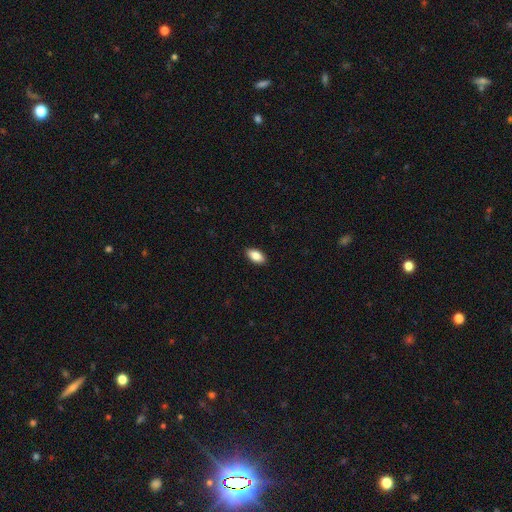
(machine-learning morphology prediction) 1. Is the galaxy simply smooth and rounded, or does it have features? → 86% smooth, 7% star or artifact, 7% featured or disk.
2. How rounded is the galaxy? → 92% in between, 4% cigar-shaped, 3% round.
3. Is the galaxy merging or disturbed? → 90% none, 7% minor disturbance, 2% major disturbance, 1% merger.